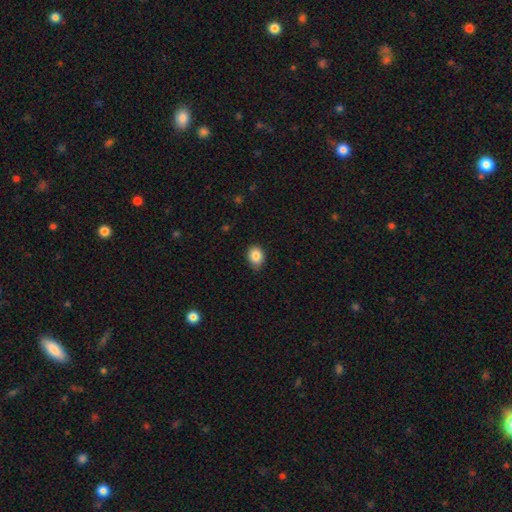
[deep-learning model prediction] smooth-or-featured: smooth: 86% | star or artifact: 9% | featured or disk: 5%
  how-rounded: in between: 54% | round: 45% | cigar-shaped: 1%
  merging: none: 75% | minor disturbance: 21% | major disturbance: 3% | merger: 1%